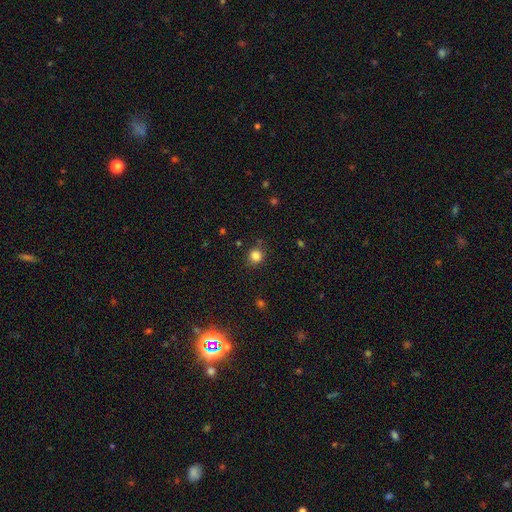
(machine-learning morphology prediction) smooth_or_featured: smooth (p=0.83) [alt: star or artifact p=0.12]
how_rounded: round (p=0.90) [alt: in between p=0.09]
merging: none (p=0.85) [alt: minor disturbance p=0.10]